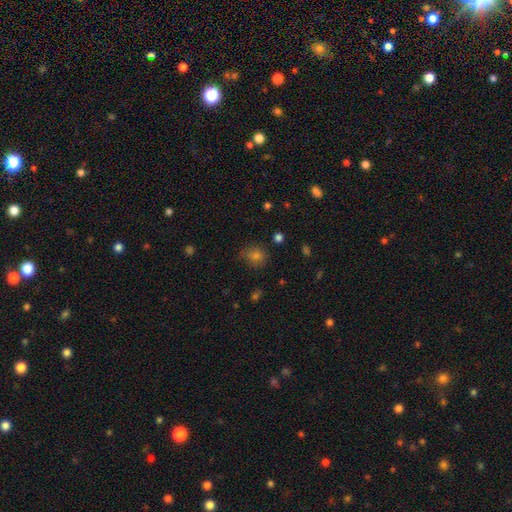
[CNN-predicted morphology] Smooth or featured?
  - smooth: 71% *
  - star or artifact: 20%
  - featured or disk: 9%
How rounded?
  - round: 71% *
  - in between: 27%
  - cigar-shaped: 1%
Merging?
  - none: 69% *
  - minor disturbance: 21%
  - major disturbance: 7%
  - merger: 2%